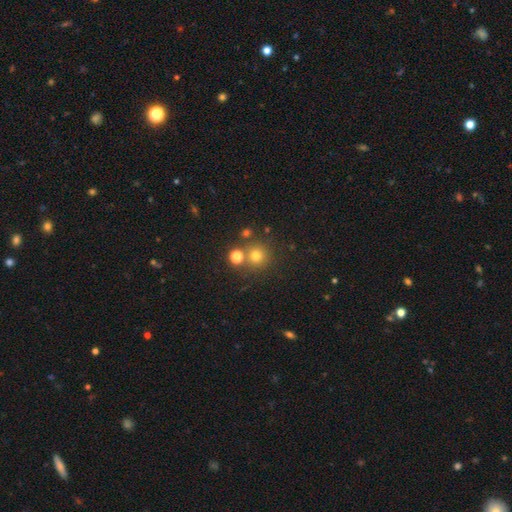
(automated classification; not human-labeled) A smooth galaxy with no disk features (73%) that is round (93%).

Vote fractions:
- Smooth or featured? smooth: 73% / star or artifact: 19% / featured or disk: 8%
- How rounded? round: 93% / in between: 6% / cigar-shaped: 1%
- Merging? none: 74% / merger: 15% / minor disturbance: 8% / major disturbance: 3%